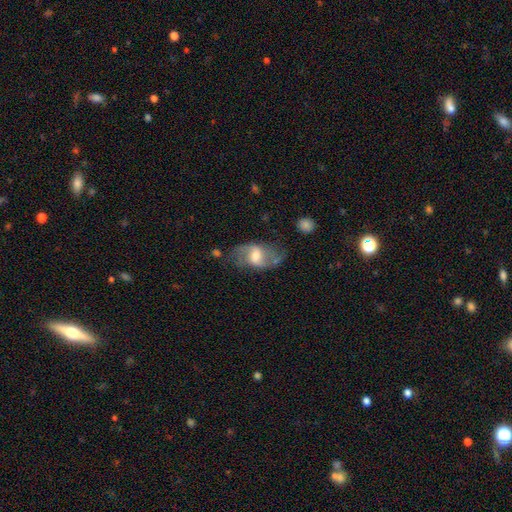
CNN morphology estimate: Smooth or featured?
  - featured or disk: 66% *
  - smooth: 28%
  - star or artifact: 7%
Edge-on disk?
  - no: 94% *
  - yes: 6%
Bar?
  - weak: 51% *
  - strong: 27%
  - no: 22%
Spiral arms?
  - yes: 81% *
  - no: 19%
Spiral winding?
  - loose: 64% *
  - medium: 29%
  - tight: 7%
Spiral arm count?
  - 2: 88% *
  - can't tell: 6%
  - 1: 3%
  - 3: 1%
  - 4: 1%
  - more than 4: 1%
Bulge size?
  - moderate: 59% *
  - small: 25%
  - large: 11%
  - none: 3%
  - dominant: 1%
Merging?
  - none: 60% *
  - minor disturbance: 23%
  - major disturbance: 13%
  - merger: 4%